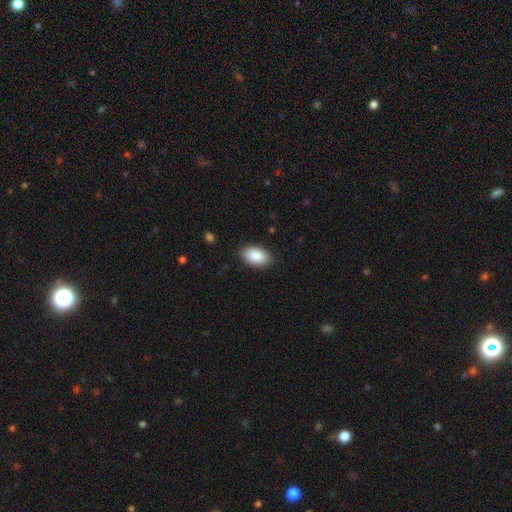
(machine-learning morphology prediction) Overall: smooth (90%). How rounded: in between (94%). Merging: none (86%).